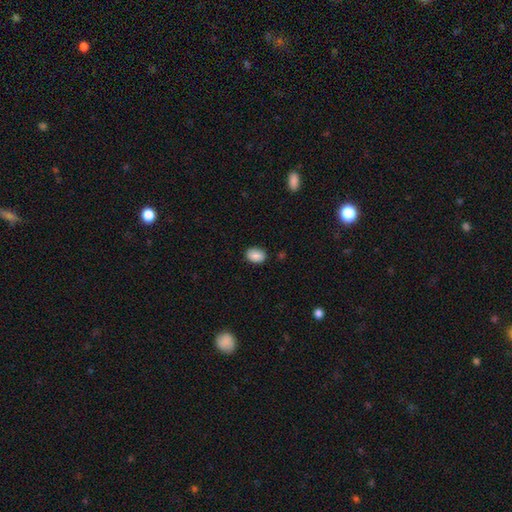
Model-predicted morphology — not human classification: Smooth or featured? smooth (88%)
How rounded? in between (77%)
Merging? none (86%)